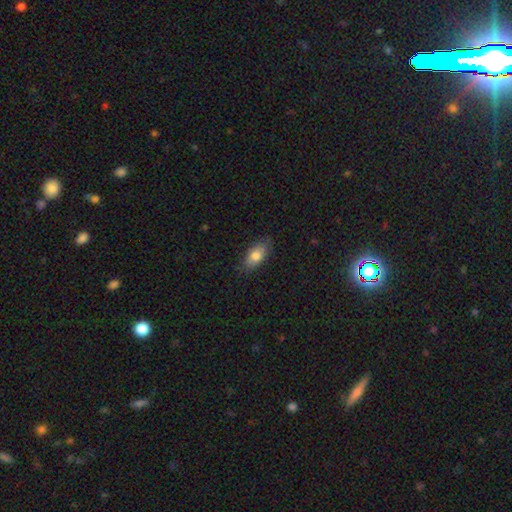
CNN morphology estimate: smooth 77%, featured or disk 16%, star or artifact 7%. Down the decision tree: how rounded — in between (87%); merging — none (81%).